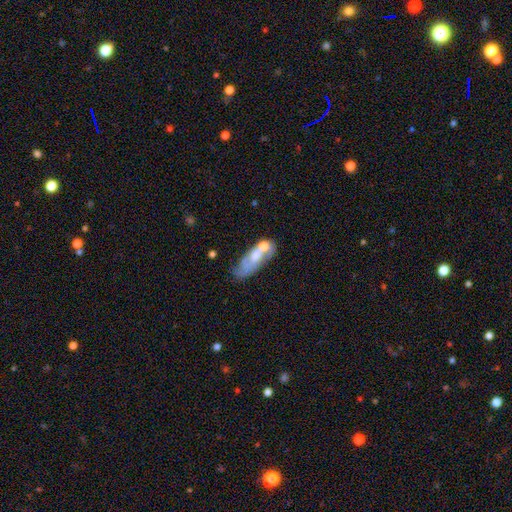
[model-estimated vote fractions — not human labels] Smooth or featured? Predicted: featured or disk (p=0.49). Merging? Predicted: merger (p=0.38).